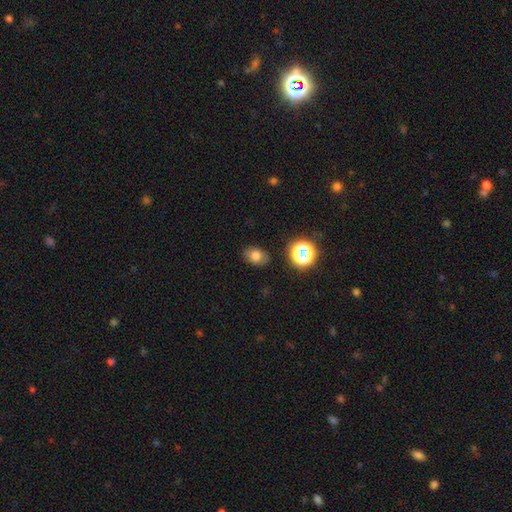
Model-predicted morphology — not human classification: This is likely a smooth galaxy (77%). How rounded: likely in between (69%). Merging: clearly none (84%).